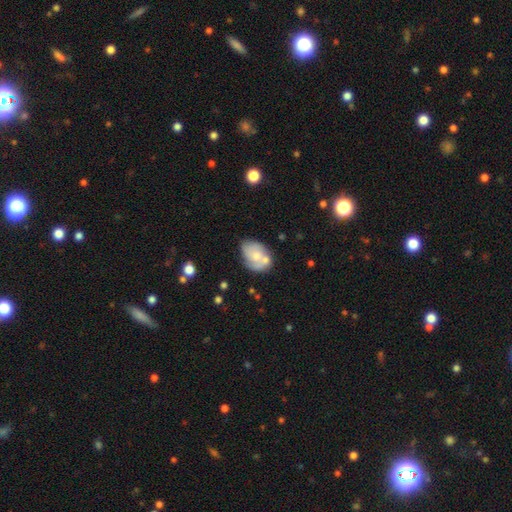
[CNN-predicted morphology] A smooth galaxy with no disk features (53%) that is in between round and cigar-shaped (77%).

Vote fractions:
- Smooth or featured? smooth: 53% / featured or disk: 40% / star or artifact: 7%
- How rounded? in between: 77% / round: 22% / cigar-shaped: 1%
- Merging? none: 46% / minor disturbance: 24% / merger: 23% / major disturbance: 8%